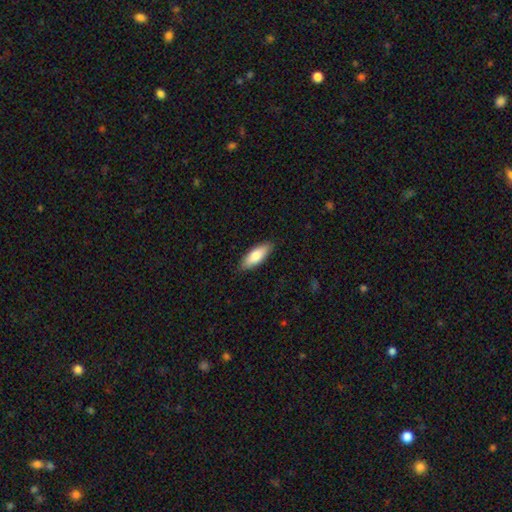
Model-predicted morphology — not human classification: smooth 78%, featured or disk 17%, star or artifact 6%. Down the decision tree: how rounded — in between (64%); merging — none (88%).